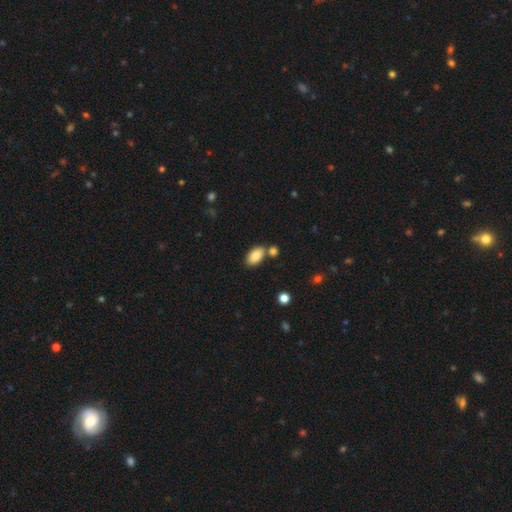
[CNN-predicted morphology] smooth-or-featured: smooth: 86% | featured or disk: 7% | star or artifact: 7%
  how-rounded: in between: 94% | round: 5% | cigar-shaped: 2%
  merging: none: 69% | merger: 17% | minor disturbance: 11% | major disturbance: 3%